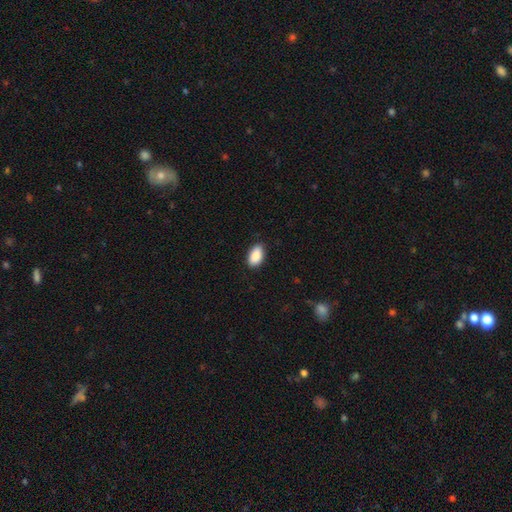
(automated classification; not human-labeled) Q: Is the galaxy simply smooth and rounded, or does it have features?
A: smooth — 90%.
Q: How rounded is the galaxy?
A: in between — 94%.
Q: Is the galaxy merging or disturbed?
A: none — 85%.